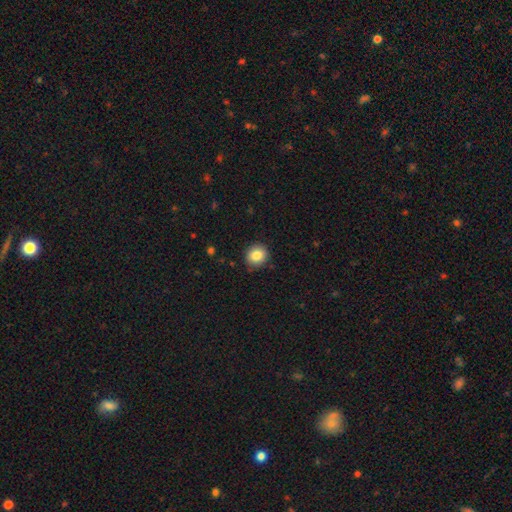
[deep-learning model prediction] Smooth or featured? Predicted: smooth (p=0.85). How rounded? Predicted: round (p=0.82). Merging? Predicted: none (p=0.87).